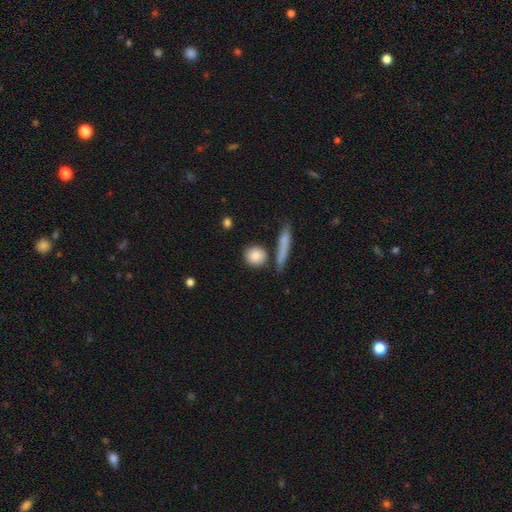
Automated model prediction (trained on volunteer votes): Smooth or featured?
  - smooth: 84% *
  - featured or disk: 9%
  - star or artifact: 7%
How rounded?
  - round: 79% *
  - in between: 14%
  - cigar-shaped: 7%
Merging?
  - none: 76% *
  - minor disturbance: 11%
  - merger: 10%
  - major disturbance: 4%